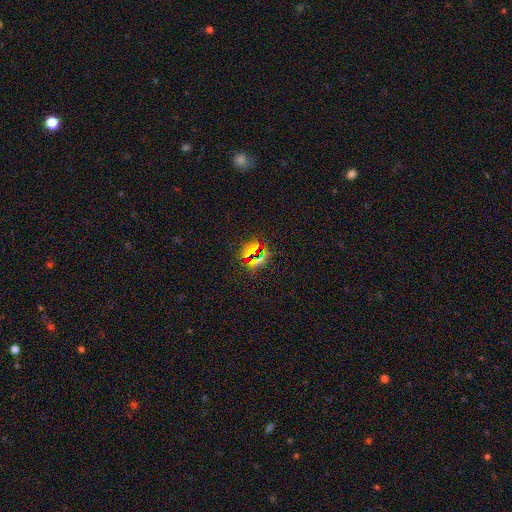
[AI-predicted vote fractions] This appears to be a star or artifact, not a galaxy (53%).